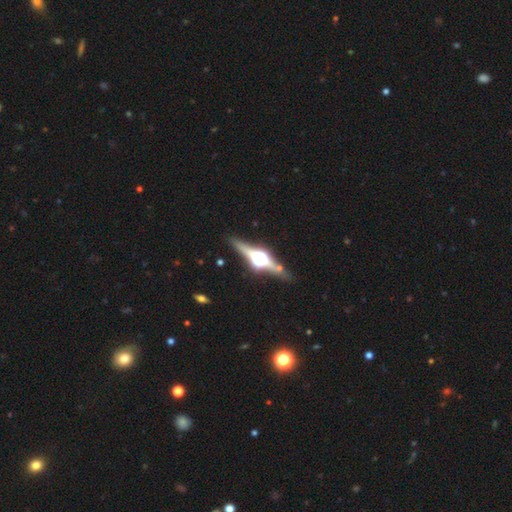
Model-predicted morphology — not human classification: A featured or disk galaxy (76%) viewed edge-on (96%) with a rounded central bulge (89%).

Vote fractions:
- Smooth or featured? featured or disk: 76% / smooth: 13% / star or artifact: 11%
- Edge-on disk? yes: 96% / no: 4%
- Edge-on bulge? rounded: 89% / boxy: 7% / none: 4%
- Merging? none: 83% / minor disturbance: 10% / merger: 4% / major disturbance: 3%